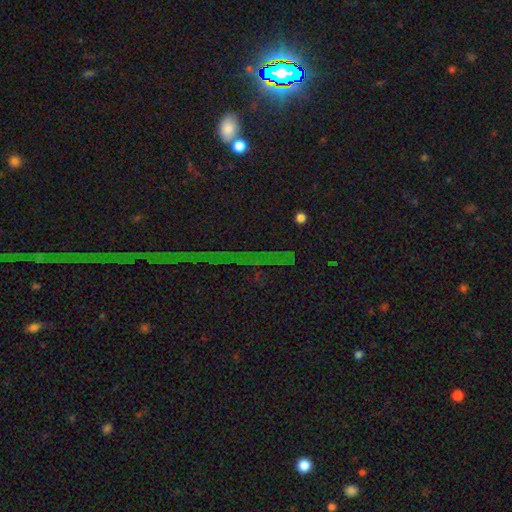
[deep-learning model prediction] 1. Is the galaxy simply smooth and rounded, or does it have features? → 83% star or artifact, 9% featured or disk, 8% smooth.